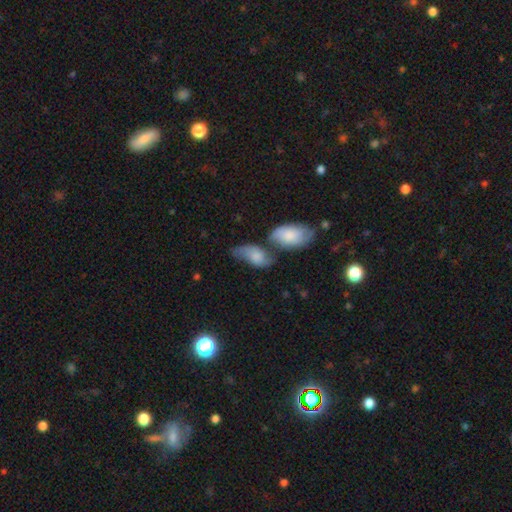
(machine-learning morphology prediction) A smooth galaxy with no disk features (54%) that is in between round and cigar-shaped (90%). Merging: merger (40%).